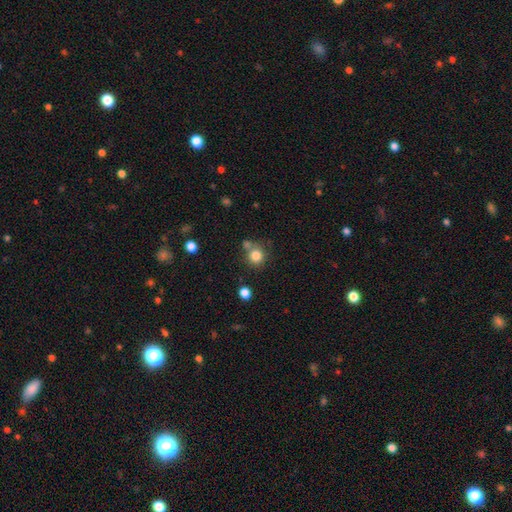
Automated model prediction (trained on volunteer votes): Overall: smooth (81%). How rounded: round (90%). Merging: none (66%).